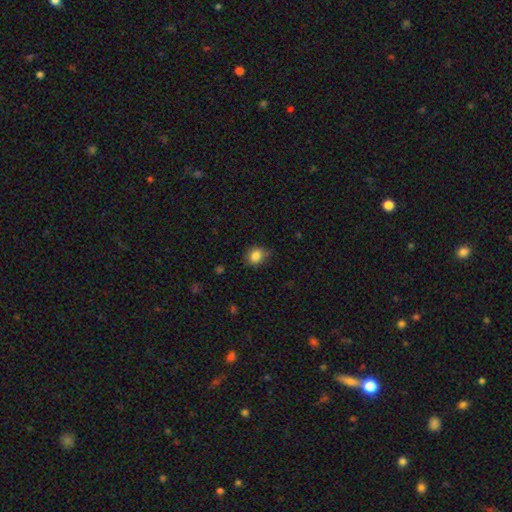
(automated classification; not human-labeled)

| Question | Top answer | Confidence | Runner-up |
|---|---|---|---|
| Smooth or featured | smooth | 84% | star or artifact (10%) |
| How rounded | round | 65% | in between (34%) |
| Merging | none | 72% | minor disturbance (22%) |